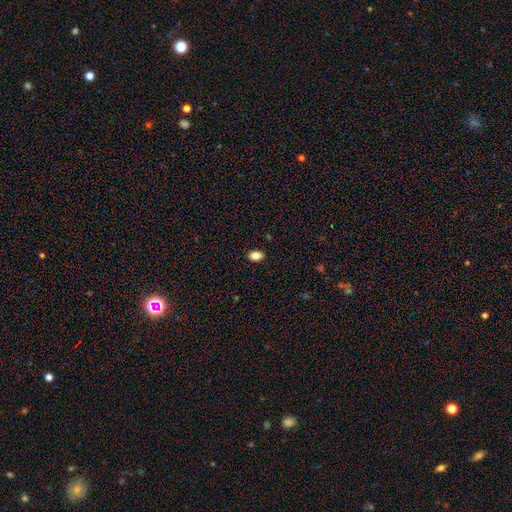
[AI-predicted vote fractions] smooth-or-featured: smooth: 86% | star or artifact: 9% | featured or disk: 4%
  how-rounded: in between: 86% | round: 13% | cigar-shaped: 1%
  merging: none: 89% | minor disturbance: 8% | major disturbance: 2% | merger: 1%